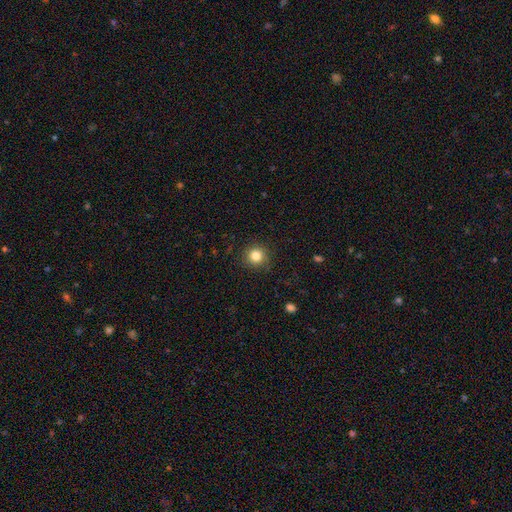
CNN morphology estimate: The model was most divided on "smooth or featured": smooth: 82%, star or artifact: 12%, featured or disk: 6%. More confident: how rounded — round (94%); merging — none (88%).